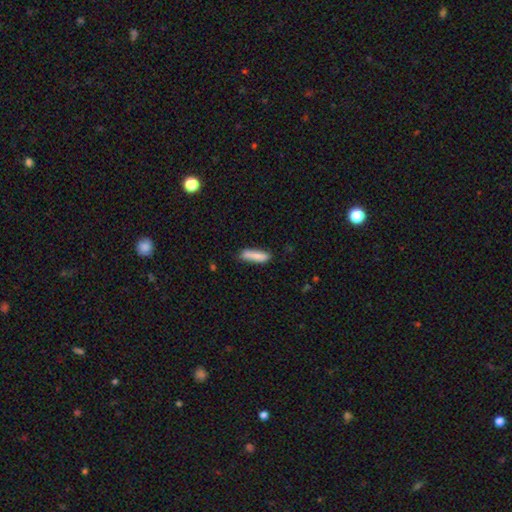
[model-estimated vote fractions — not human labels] Smooth or featured: smooth — 82% (featured or disk — 12%)
How rounded: cigar-shaped — 68% (in between — 30%)
Merging: none — 72% (minor disturbance — 20%)